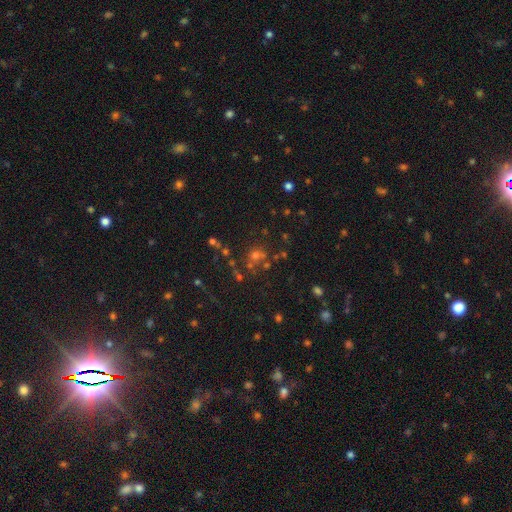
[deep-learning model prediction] Smooth or featured: star or artifact — 46% (smooth — 41%)